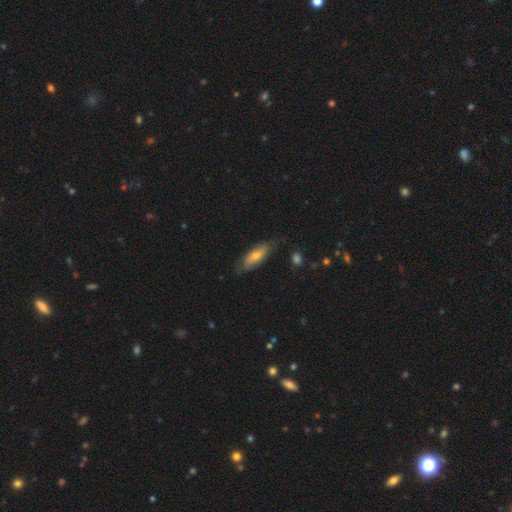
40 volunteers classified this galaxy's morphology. A smooth galaxy with no disk features (75%) that is in between round and cigar-shaped (73%). Merging: none (61%).